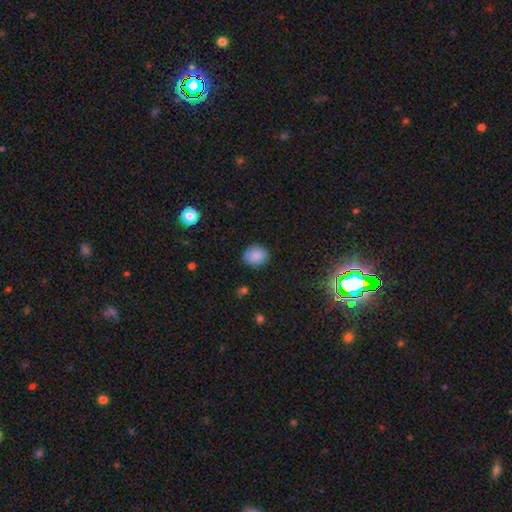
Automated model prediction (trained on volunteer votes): Smooth or featured?
  - smooth: 86% *
  - star or artifact: 9%
  - featured or disk: 5%
How rounded?
  - round: 64% *
  - in between: 36%
  - cigar-shaped: 1%
Merging?
  - none: 85% *
  - minor disturbance: 12%
  - major disturbance: 2%
  - merger: 1%